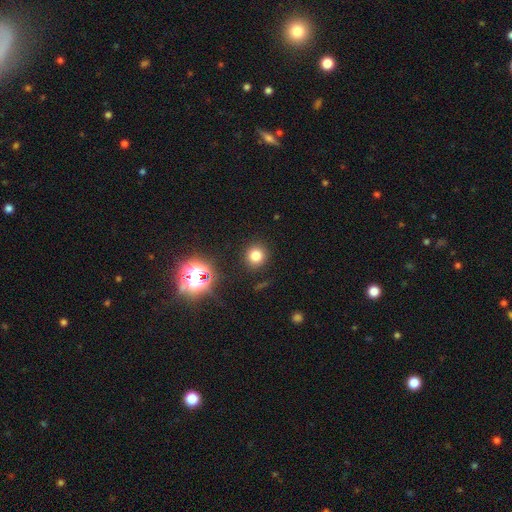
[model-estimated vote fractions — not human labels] This is likely a smooth galaxy (77%). How rounded: clearly round (90%). Merging: clearly none (90%).